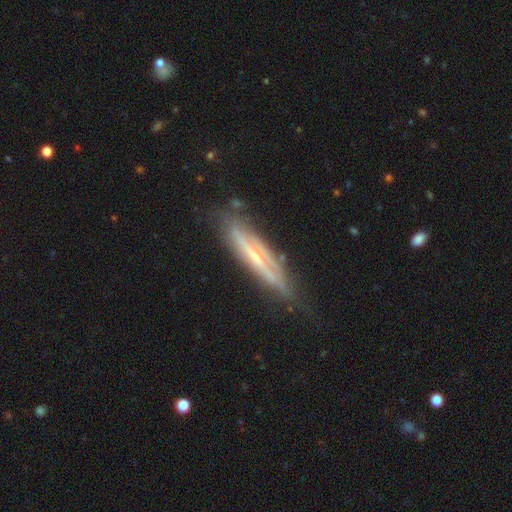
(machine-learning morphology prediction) The model was most divided on "edge-on bulge": none: 51%, rounded: 38%, boxy: 11%. More confident: edge-on disk — yes (87%); merging — none (75%); smooth or featured — featured or disk (72%).